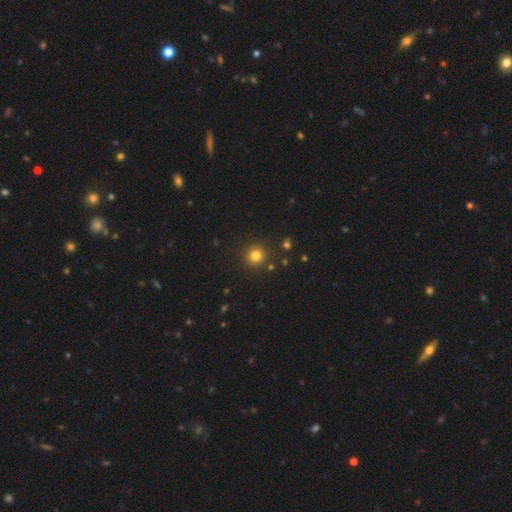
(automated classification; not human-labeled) Smooth or featured? Predicted: smooth (p=0.81). How rounded? Predicted: round (p=0.94). Merging? Predicted: none (p=0.89).